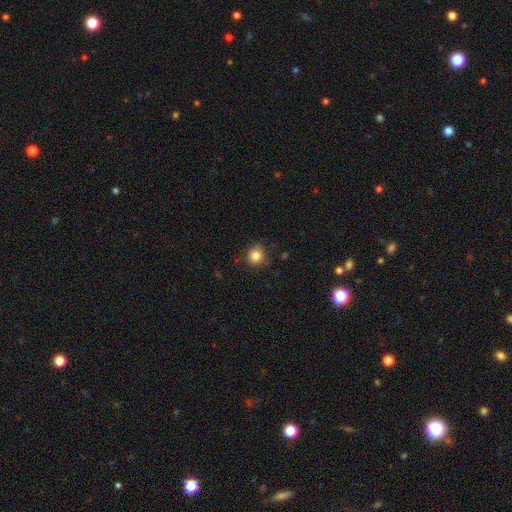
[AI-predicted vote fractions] Q: Smooth or featured?
A: smooth (84%); runner-up: star or artifact (11%)
Q: How rounded?
A: round (87%); runner-up: in between (12%)
Q: Merging?
A: none (83%); runner-up: minor disturbance (12%)